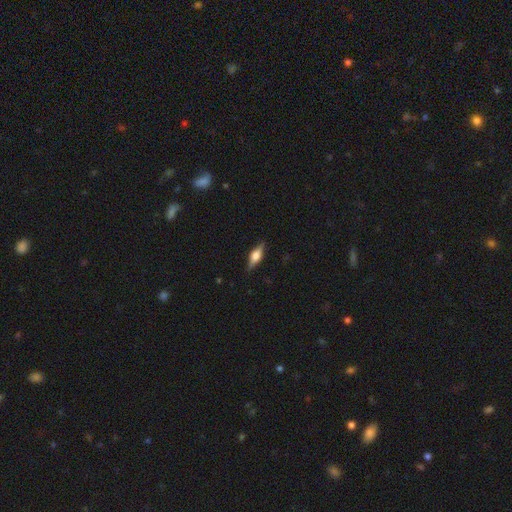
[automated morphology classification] Smooth or featured? Predicted: featured or disk (p=0.61). Edge-on disk? Predicted: yes (p=0.96). Edge-on bulge? Predicted: rounded (p=0.86). Merging? Predicted: none (p=0.87).